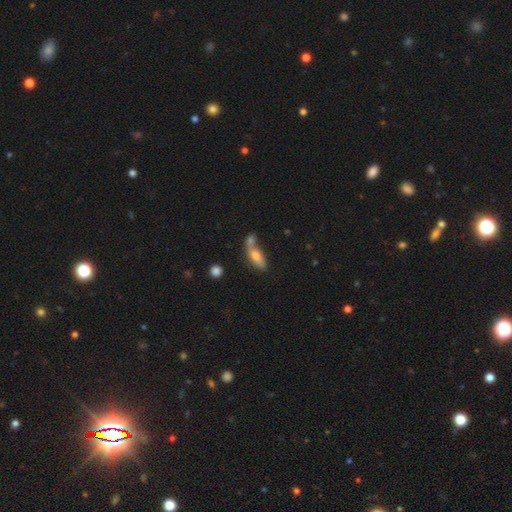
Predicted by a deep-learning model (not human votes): Q: Smooth or featured?
A: smooth (66%); runner-up: featured or disk (26%)
Q: How rounded?
A: in between (66%); runner-up: cigar-shaped (30%)
Q: Merging?
A: merger (47%); runner-up: none (31%)